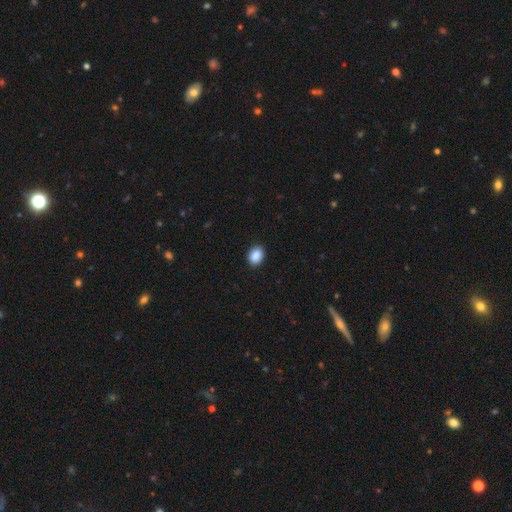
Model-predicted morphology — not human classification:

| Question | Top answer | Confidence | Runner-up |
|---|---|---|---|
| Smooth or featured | smooth | 89% | star or artifact (8%) |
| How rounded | in between | 61% | round (38%) |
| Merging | none | 91% | minor disturbance (7%) |